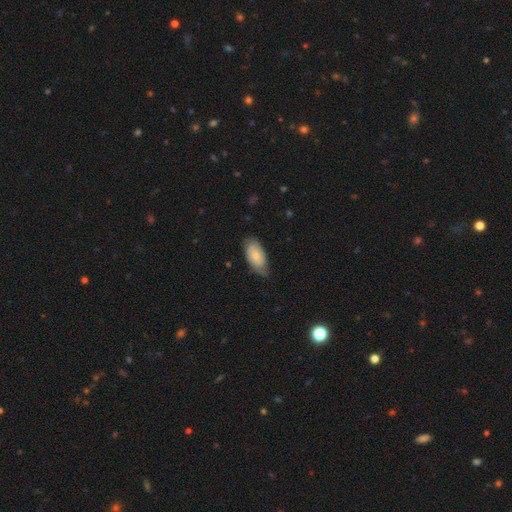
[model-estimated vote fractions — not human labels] Morphology: type=smooth (65%); roundness=in between (93%); merging=none (58%).